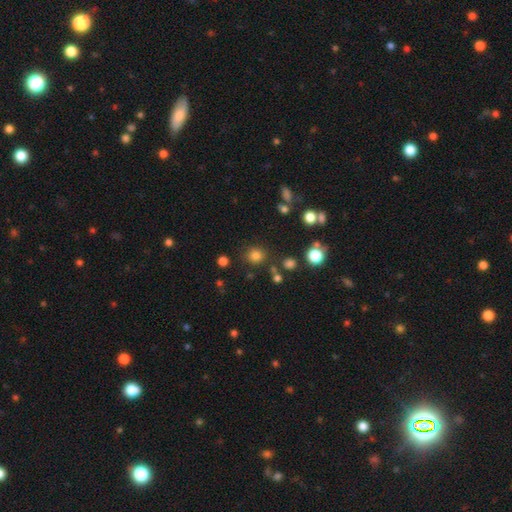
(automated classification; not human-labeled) A smooth galaxy with no disk features (80%) that is round (86%). Merging: none (83%).